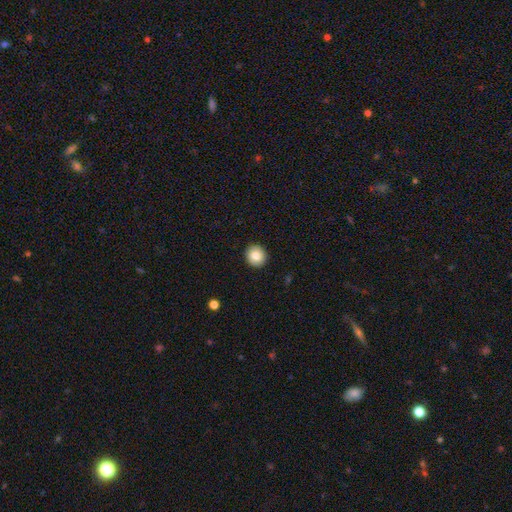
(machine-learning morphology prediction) The model was most divided on "smooth or featured": smooth: 82%, featured or disk: 10%, star or artifact: 8%. More confident: merging — none (92%); how rounded — round (87%).